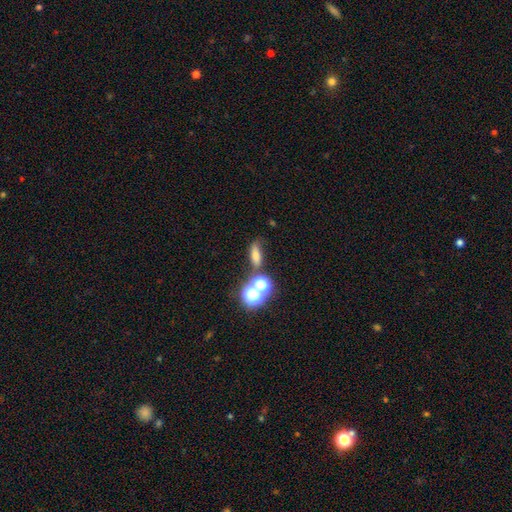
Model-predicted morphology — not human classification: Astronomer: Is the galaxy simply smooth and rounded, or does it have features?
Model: smooth — 61%.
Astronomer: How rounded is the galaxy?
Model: in between — 54%.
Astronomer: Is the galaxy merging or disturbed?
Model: none — 61%.